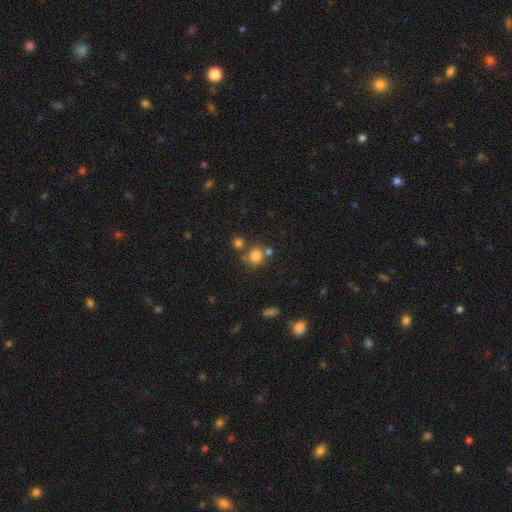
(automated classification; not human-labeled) smooth_or_featured: smooth (p=0.79) [alt: star or artifact p=0.14]
how_rounded: round (p=0.83) [alt: in between p=0.16]
merging: none (p=0.64) [alt: merger p=0.20]